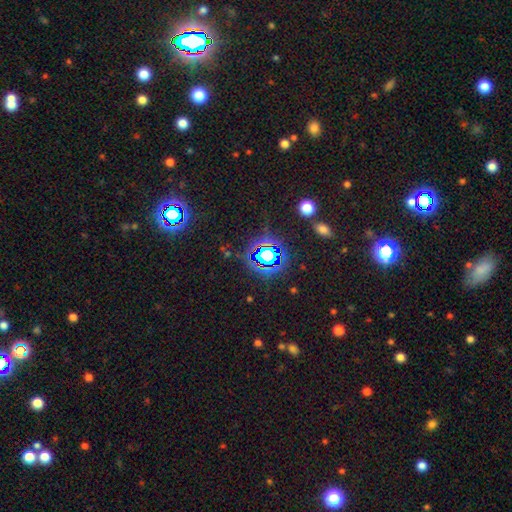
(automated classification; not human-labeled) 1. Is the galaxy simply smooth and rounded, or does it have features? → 76% star or artifact, 14% smooth, 10% featured or disk.